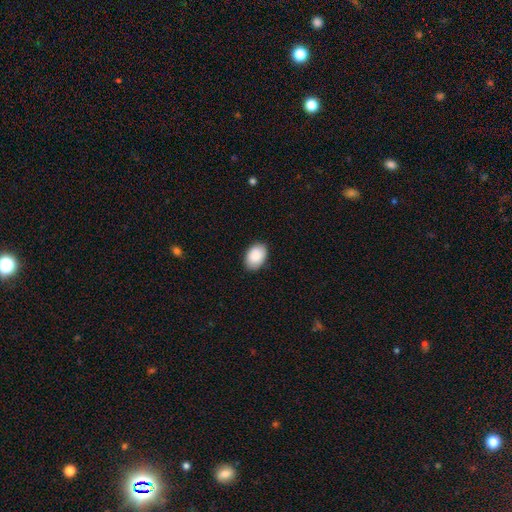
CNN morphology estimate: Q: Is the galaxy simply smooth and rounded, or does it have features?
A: smooth — 90%.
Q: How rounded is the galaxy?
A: in between — 85%.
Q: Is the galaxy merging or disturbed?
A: none — 87%.